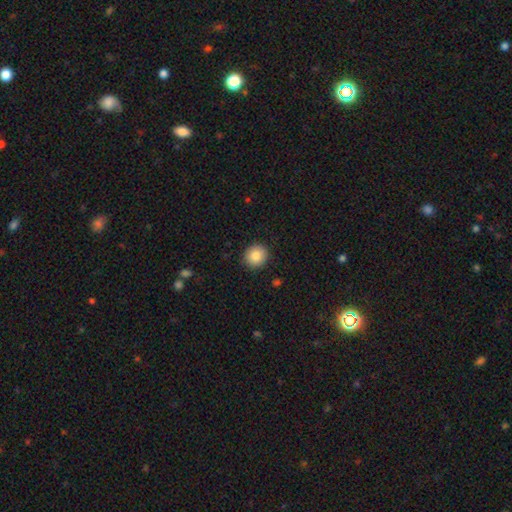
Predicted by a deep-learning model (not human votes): This is clearly a smooth galaxy (85%). How rounded: clearly round (87%). Merging: clearly none (91%).